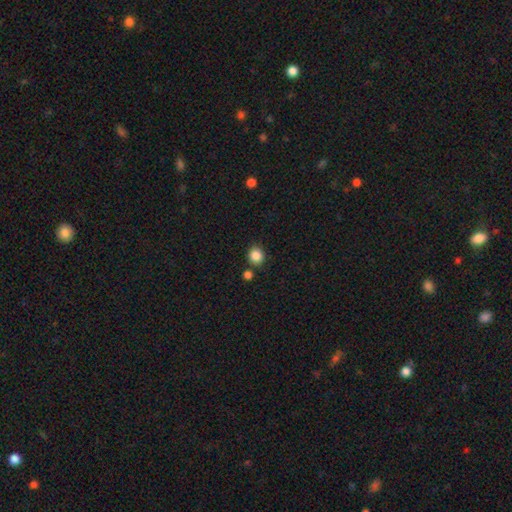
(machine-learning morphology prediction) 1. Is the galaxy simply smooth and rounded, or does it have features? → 87% smooth, 10% star or artifact, 4% featured or disk.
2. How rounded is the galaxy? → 82% round, 18% in between, 1% cigar-shaped.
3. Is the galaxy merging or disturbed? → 81% none, 9% minor disturbance, 8% merger, 3% major disturbance.